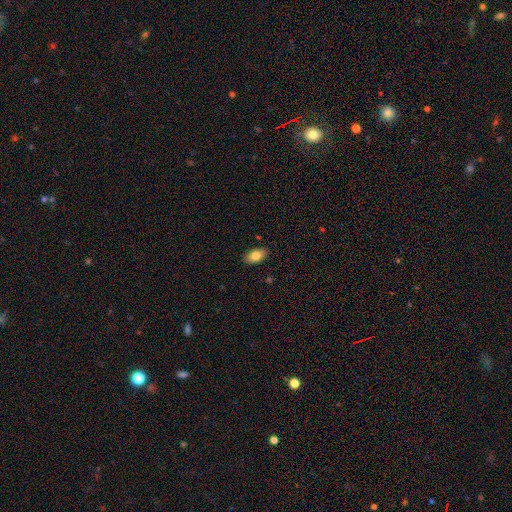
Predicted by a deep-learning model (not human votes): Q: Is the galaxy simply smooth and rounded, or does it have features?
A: smooth — 82%.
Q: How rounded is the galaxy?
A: in between — 93%.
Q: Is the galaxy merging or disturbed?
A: none — 87%.